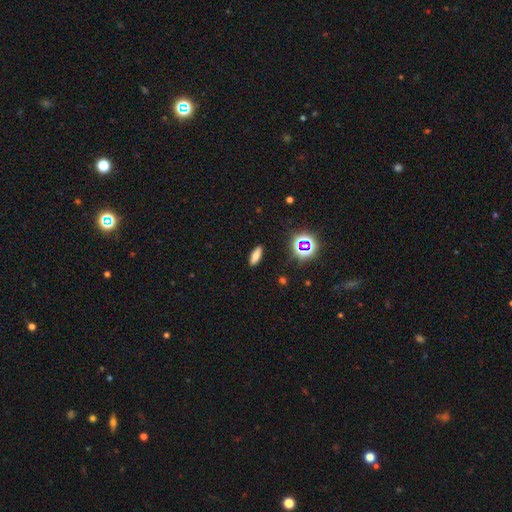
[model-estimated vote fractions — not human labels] A smooth galaxy with no disk features (71%) that is in between round and cigar-shaped (62%).

Vote fractions:
- Smooth or featured? smooth: 71% / star or artifact: 18% / featured or disk: 11%
- How rounded? in between: 62% / cigar-shaped: 33% / round: 5%
- Merging? none: 89% / minor disturbance: 8% / major disturbance: 2% / merger: 1%